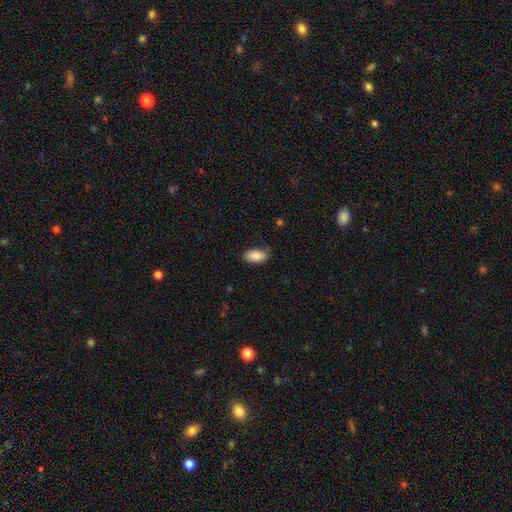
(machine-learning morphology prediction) The model was most divided on "merging": none: 81%, minor disturbance: 15%, major disturbance: 3%, merger: 1%. More confident: how rounded — in between (94%); smooth or featured — smooth (88%).